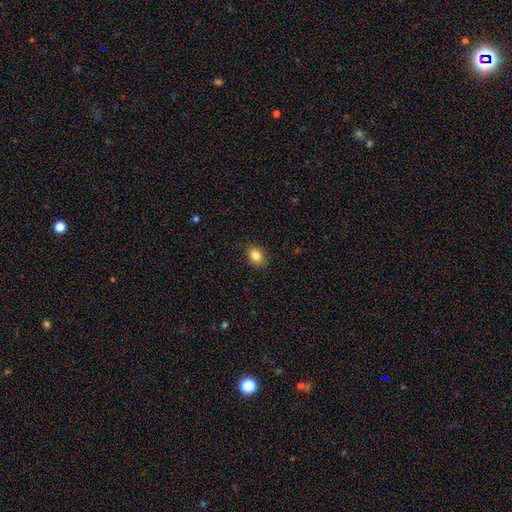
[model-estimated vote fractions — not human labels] smooth 85%, star or artifact 9%, featured or disk 5%. Down the decision tree: how rounded — in between (65%); merging — none (88%).